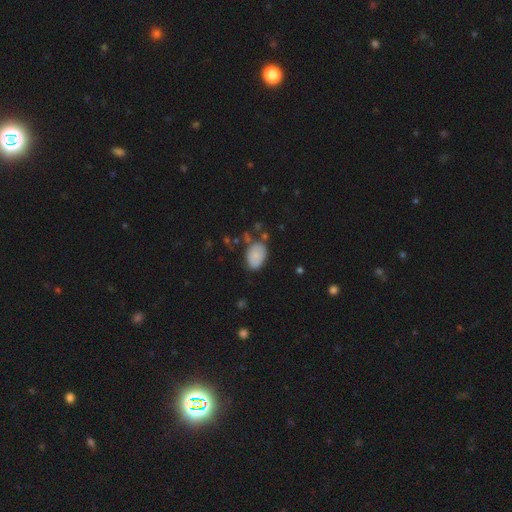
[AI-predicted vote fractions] smooth_or_featured: smooth (p=0.83) [alt: featured or disk p=0.09]
how_rounded: in between (p=0.87) [alt: round p=0.12]
merging: none (p=0.63) [alt: minor disturbance p=0.23]